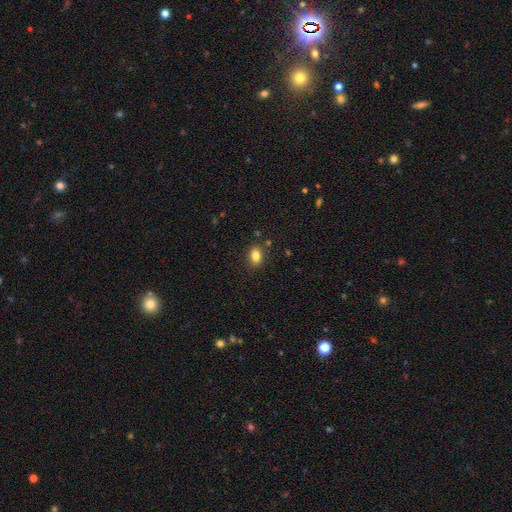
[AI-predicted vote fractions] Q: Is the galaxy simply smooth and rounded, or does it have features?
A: smooth — 84%.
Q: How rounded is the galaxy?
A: in between — 80%.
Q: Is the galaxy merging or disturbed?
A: none — 83%.